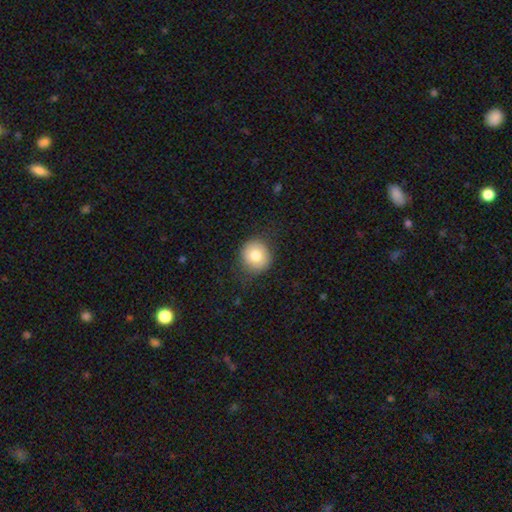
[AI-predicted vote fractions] Smooth or featured? Predicted: smooth (p=0.78). How rounded? Predicted: round (p=0.89). Merging? Predicted: none (p=0.82).